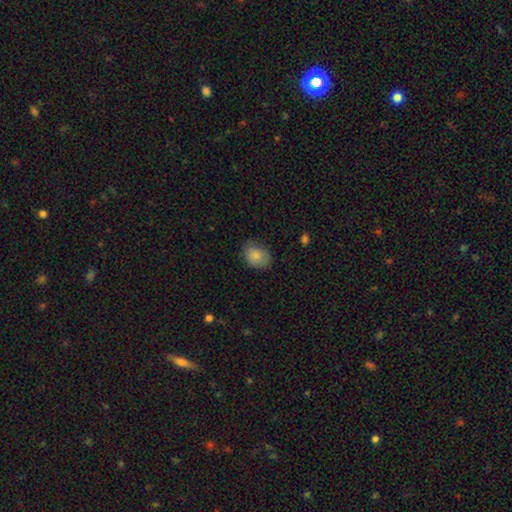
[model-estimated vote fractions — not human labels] Morphology: type=smooth (82%); roundness=in between (70%); merging=none (68%).